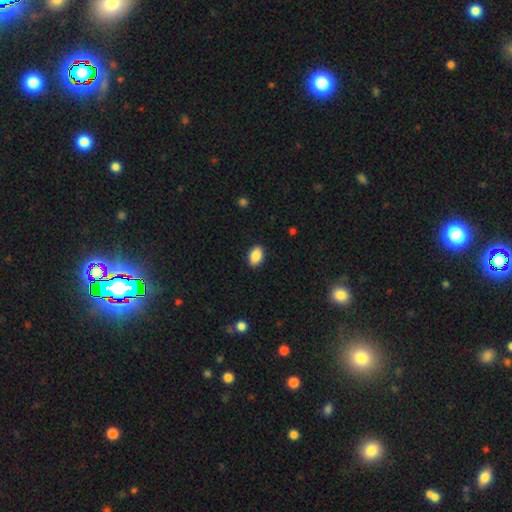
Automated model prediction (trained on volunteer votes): smooth 89%, star or artifact 7%, featured or disk 4%. Down the decision tree: how rounded — in between (89%); merging — none (89%).